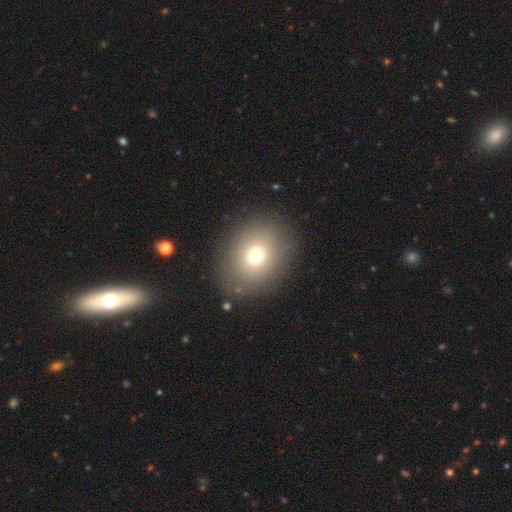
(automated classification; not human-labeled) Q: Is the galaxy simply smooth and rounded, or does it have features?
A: smooth — 74%.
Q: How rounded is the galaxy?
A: in between — 50%.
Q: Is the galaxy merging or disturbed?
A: none — 85%.